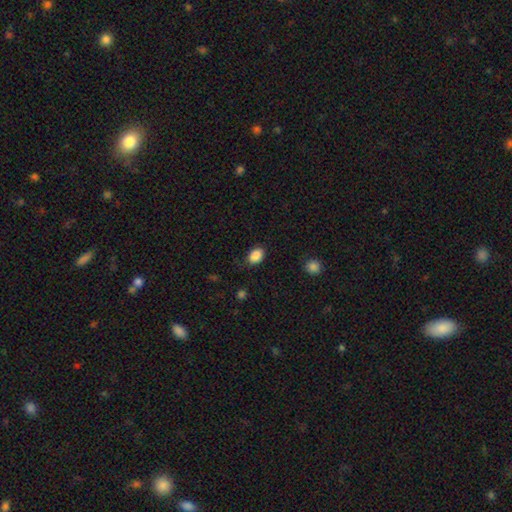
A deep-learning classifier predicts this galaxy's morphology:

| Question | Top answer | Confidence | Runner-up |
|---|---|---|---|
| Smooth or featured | smooth | 88% | star or artifact (8%) |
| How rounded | in between | 78% | round (21%) |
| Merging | none | 82% | minor disturbance (14%) |